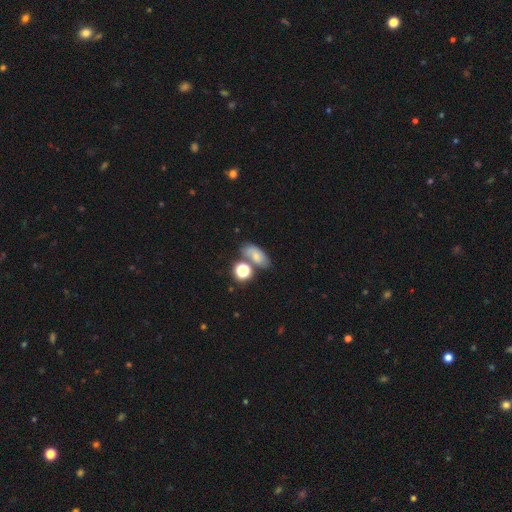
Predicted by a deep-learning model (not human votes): Q: Smooth or featured?
A: smooth (63%); runner-up: featured or disk (21%)
Q: How rounded?
A: in between (75%); runner-up: round (18%)
Q: Merging?
A: none (57%); runner-up: merger (20%)